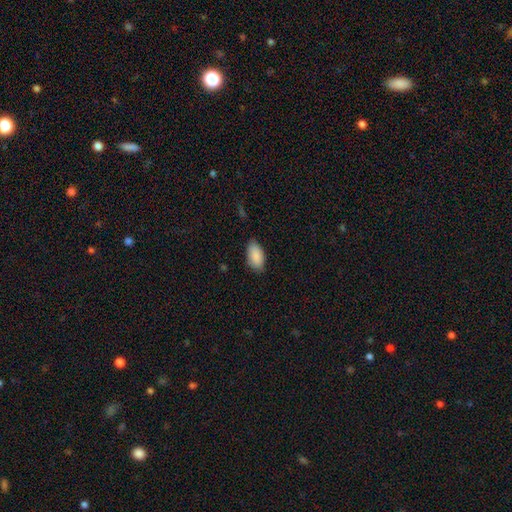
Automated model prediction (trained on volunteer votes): Smooth or featured?
  - smooth: 89% *
  - star or artifact: 6%
  - featured or disk: 4%
How rounded?
  - in between: 94% *
  - round: 3%
  - cigar-shaped: 3%
Merging?
  - none: 78% *
  - minor disturbance: 17%
  - major disturbance: 3%
  - merger: 1%